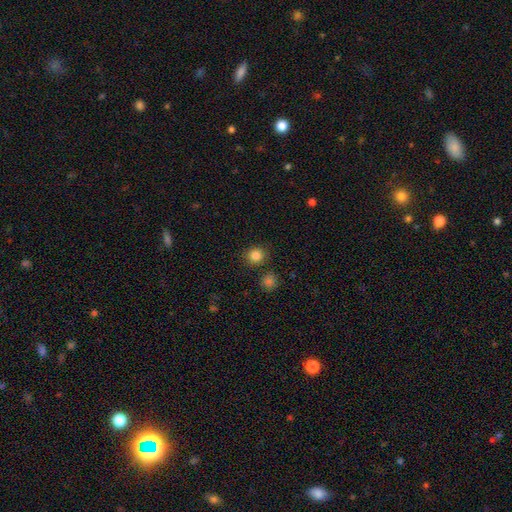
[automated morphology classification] The model was most divided on "smooth or featured": smooth: 84%, star or artifact: 11%, featured or disk: 4%. More confident: how rounded — round (86%); merging — none (84%).